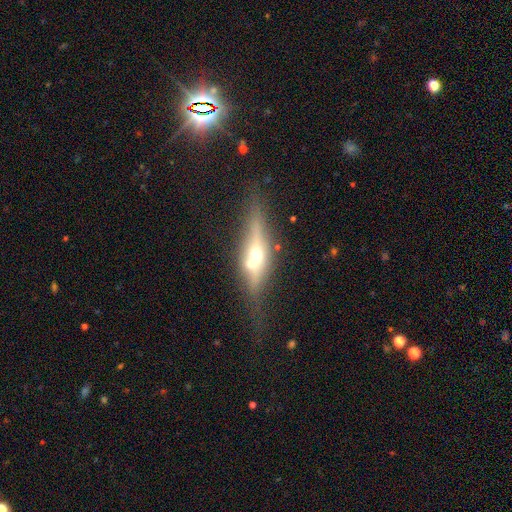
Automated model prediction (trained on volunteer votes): featured or disk 68%, smooth 24%, star or artifact 9%. Down the decision tree: edge-on disk — yes (90%); edge-on bulge — rounded (94%); merging — none (67%).